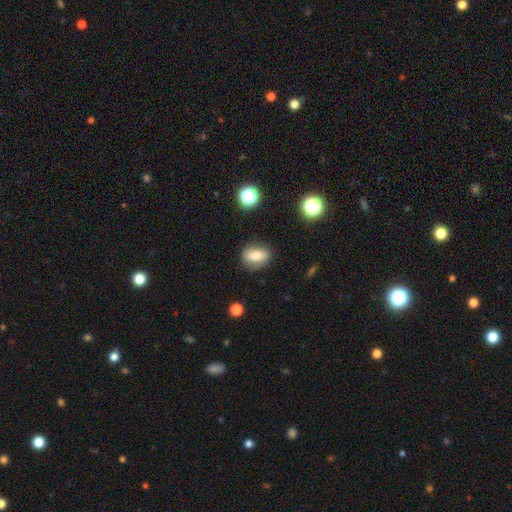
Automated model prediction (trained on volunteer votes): Smooth or featured: smooth — 71% (featured or disk — 19%)
How rounded: in between — 63% (round — 33%)
Merging: none — 83% (minor disturbance — 12%)